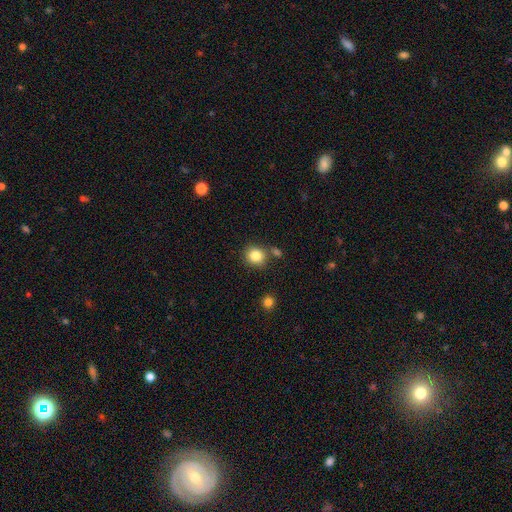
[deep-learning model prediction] smooth-or-featured: smooth: 84% | star or artifact: 10% | featured or disk: 6%
  how-rounded: round: 82% | in between: 17% | cigar-shaped: 1%
  merging: none: 77% | minor disturbance: 11% | merger: 9% | major disturbance: 3%